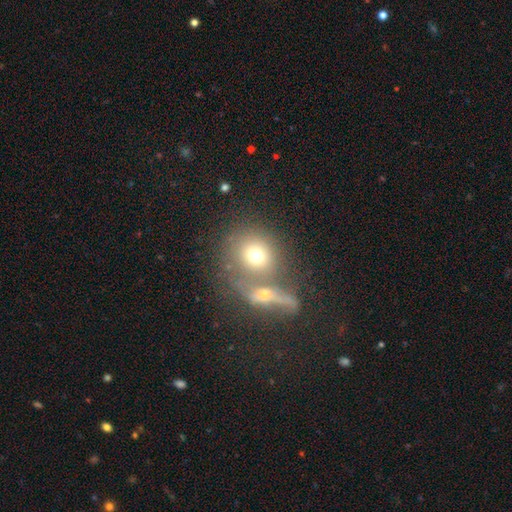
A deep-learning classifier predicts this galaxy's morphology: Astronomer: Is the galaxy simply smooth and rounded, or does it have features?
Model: smooth — 63%.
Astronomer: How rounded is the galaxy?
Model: round — 83%.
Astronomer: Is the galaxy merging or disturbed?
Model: merger — 46% (runner-up: none, 38%).